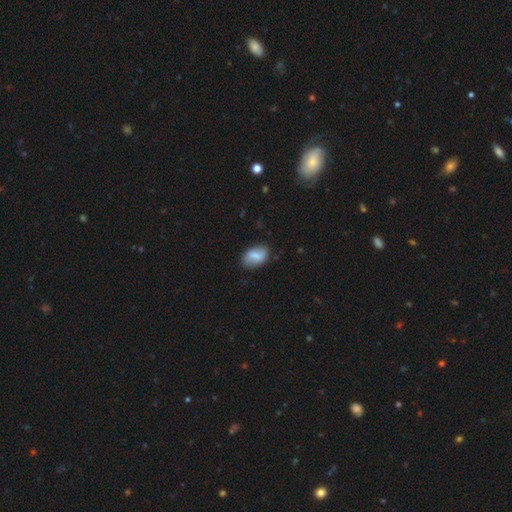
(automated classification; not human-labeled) The model was most divided on "smooth or featured": smooth: 66%, featured or disk: 27%, star or artifact: 7%. More confident: how rounded — in between (89%); merging — none (76%).